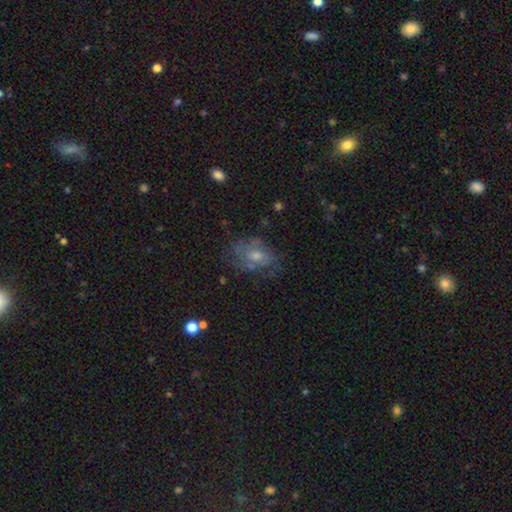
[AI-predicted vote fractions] Q: Smooth or featured?
A: featured or disk (49%); runner-up: smooth (34%)
Q: Merging?
A: none (60%); runner-up: minor disturbance (22%)